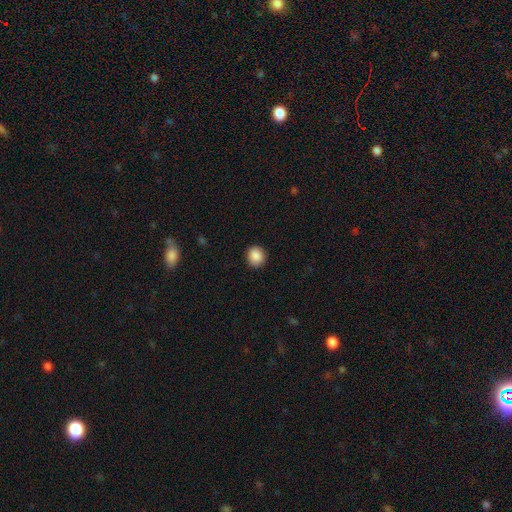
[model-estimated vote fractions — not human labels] This is clearly a smooth galaxy (89%). How rounded: likely round (78%). Merging: clearly none (91%).